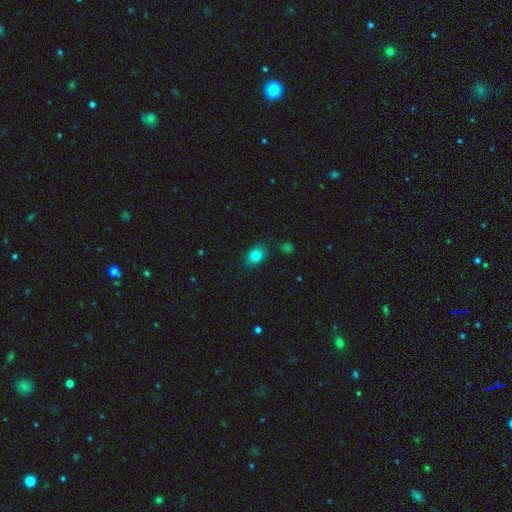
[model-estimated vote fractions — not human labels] smooth_or_featured: smooth (p=0.80) [alt: star or artifact p=0.11]
how_rounded: in between (p=0.71) [alt: round p=0.27]
merging: none (p=0.85) [alt: minor disturbance p=0.11]